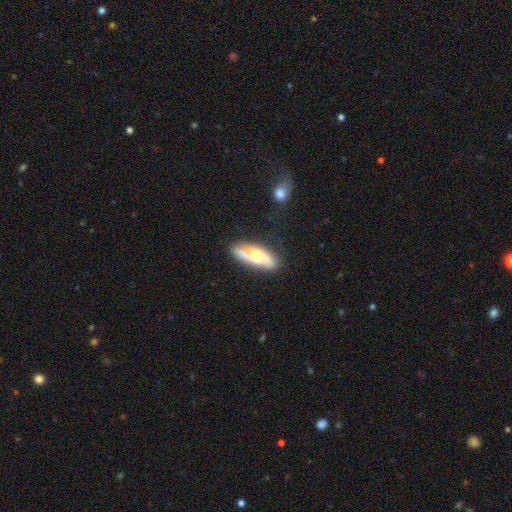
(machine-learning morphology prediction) The model was most divided on "smooth or featured": featured or disk: 55%, smooth: 39%, star or artifact: 6%. More confident: edge-on disk — no (80%); merging — none (73%).